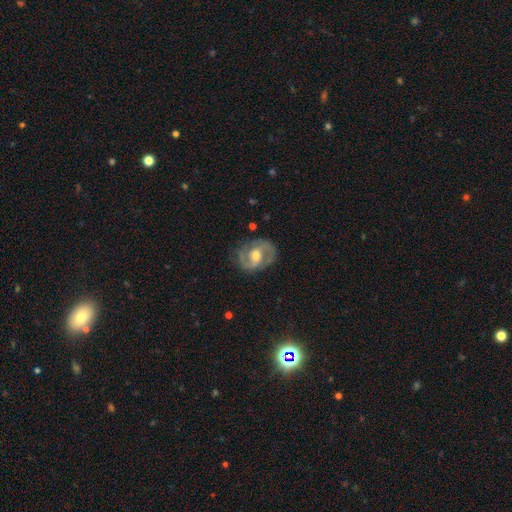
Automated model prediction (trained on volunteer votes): Smooth or featured? featured or disk (82%)
Edge-on disk? no (97%)
Bar? weak (45%)
Spiral arms? yes (90%)
Spiral winding? medium (50%)
Spiral arm count? 2 (86%)
Bulge size? moderate (69%)
Merging? none (77%)